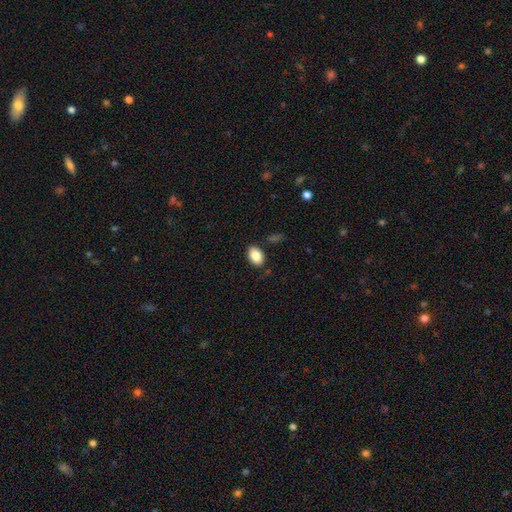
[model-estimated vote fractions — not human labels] This appears to be a smooth galaxy with no disk features (86%) that is in between round and cigar-shaped (87%). Merging: none (85%).